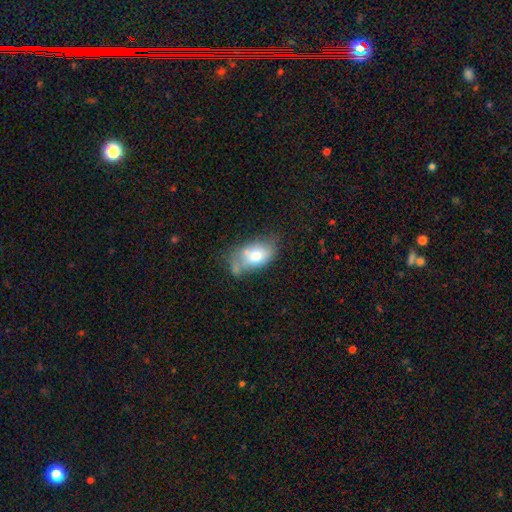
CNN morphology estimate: Smooth or featured?
  - smooth: 70% *
  - featured or disk: 22%
  - star or artifact: 8%
How rounded?
  - in between: 89% *
  - round: 9%
  - cigar-shaped: 2%
Merging?
  - none: 39% *
  - minor disturbance: 28%
  - merger: 20%
  - major disturbance: 13%